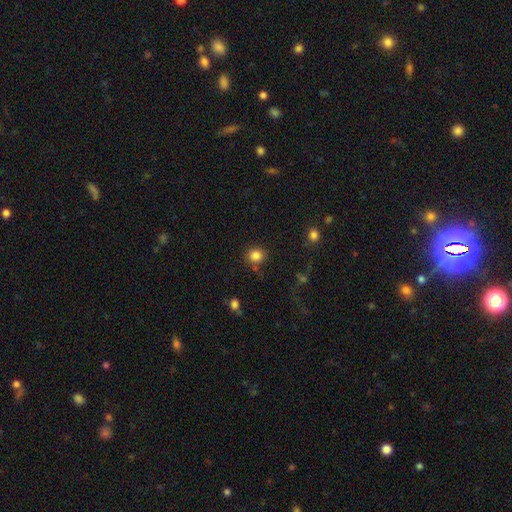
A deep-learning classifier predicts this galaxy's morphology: Smooth or featured? Predicted: smooth (p=0.84). How rounded? Predicted: round (p=0.87). Merging? Predicted: none (p=0.81).